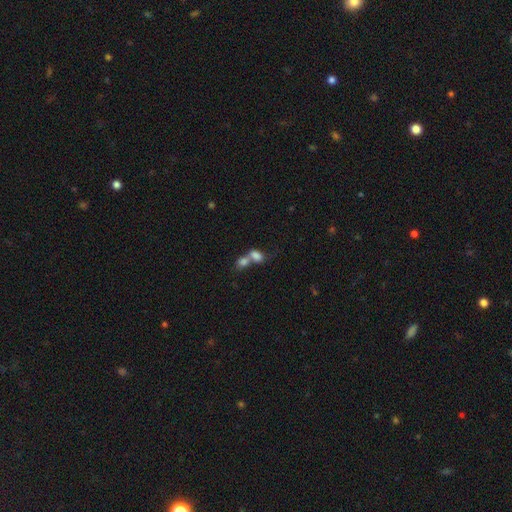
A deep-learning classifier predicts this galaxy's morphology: A smooth galaxy with no disk features (78%) that is in between round and cigar-shaped (75%).

Vote fractions:
- Smooth or featured? smooth: 78% / featured or disk: 12% / star or artifact: 10%
- How rounded? in between: 75% / round: 22% / cigar-shaped: 3%
- Merging? merger: 73% / none: 16% / minor disturbance: 6% / major disturbance: 5%